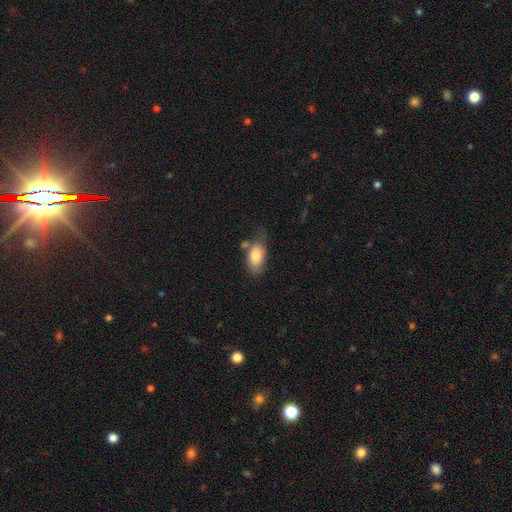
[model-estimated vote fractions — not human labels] Smooth or featured?
  - smooth: 79% *
  - featured or disk: 14%
  - star or artifact: 7%
How rounded?
  - in between: 91% *
  - round: 5%
  - cigar-shaped: 3%
Merging?
  - none: 51% *
  - minor disturbance: 27%
  - merger: 12%
  - major disturbance: 11%